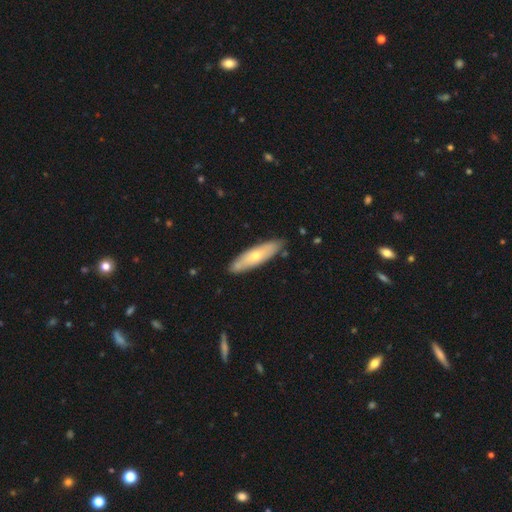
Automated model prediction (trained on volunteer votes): A smooth galaxy with no disk features (50%). Merging: none (84%).